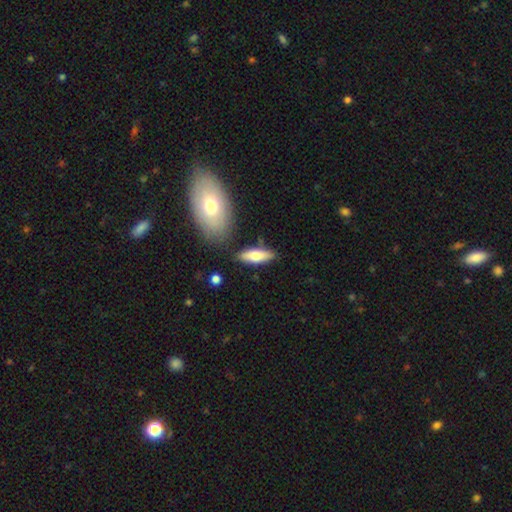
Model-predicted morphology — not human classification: smooth 65%, featured or disk 29%, star or artifact 6%. Down the decision tree: how rounded — in between (59%); merging — none (80%).